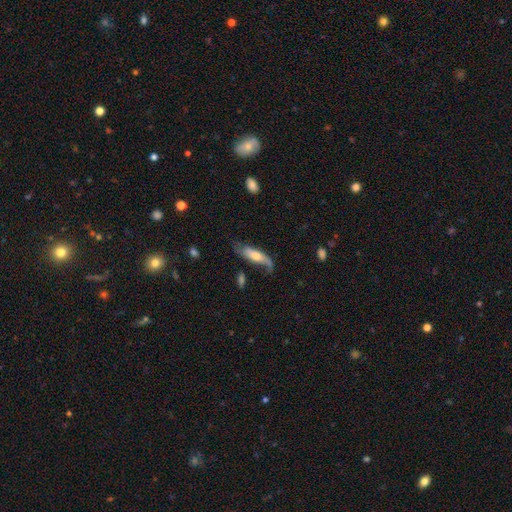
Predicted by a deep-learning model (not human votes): A featured or disk galaxy (58%). Merging: none (52%).